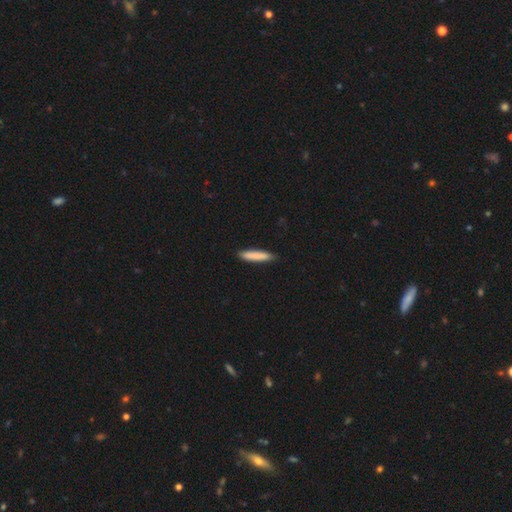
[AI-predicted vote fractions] Smooth or featured: smooth — 85% (featured or disk — 9%)
How rounded: cigar-shaped — 90% (in between — 9%)
Merging: none — 88% (minor disturbance — 9%)